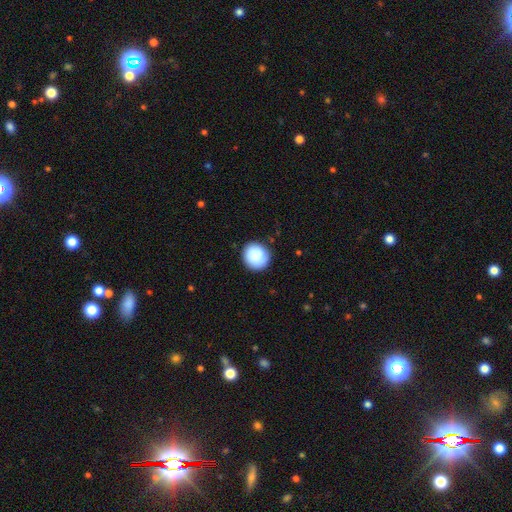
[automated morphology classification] A smooth galaxy with no disk features (89%) that is round (88%). Merging: none (88%).